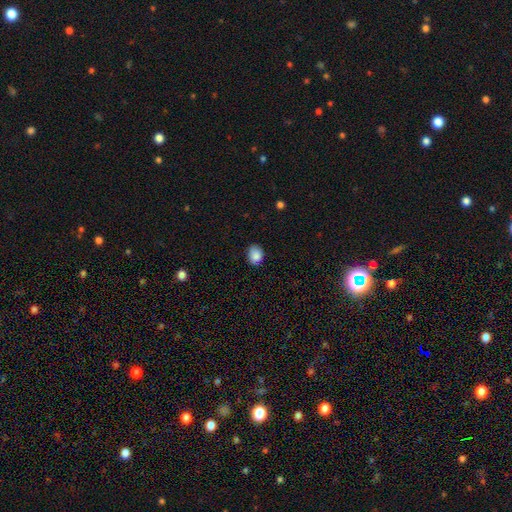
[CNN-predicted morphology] This is clearly a smooth galaxy (87%). How rounded: possibly in between (55%). Merging: likely none (76%).